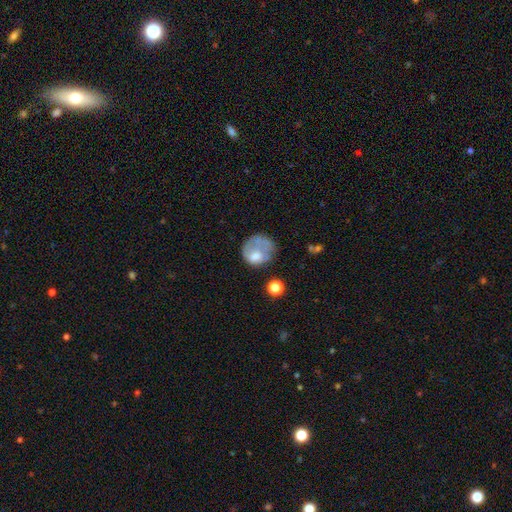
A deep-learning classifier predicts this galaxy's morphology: A smooth galaxy with no disk features (57%) that is round (70%). Merging: none (36%).